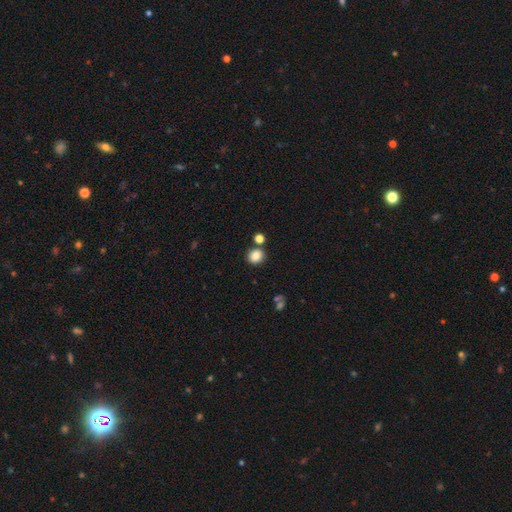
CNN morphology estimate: The model was most divided on "how rounded": round: 79%, in between: 20%, cigar-shaped: 1%. More confident: smooth or featured — smooth (85%); merging — none (78%).